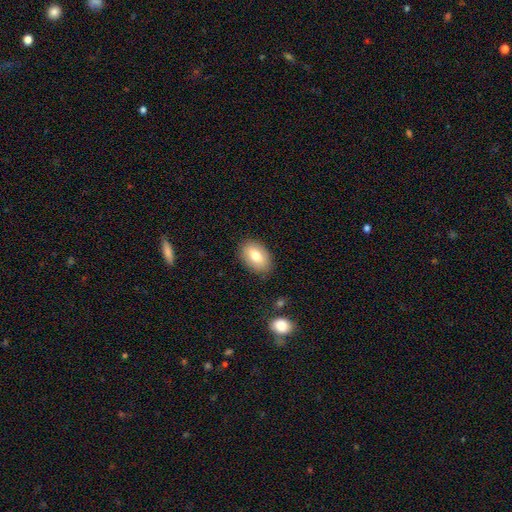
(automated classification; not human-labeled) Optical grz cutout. It shows a smooth galaxy with no disk features (78%) that is in between round and cigar-shaped (89%). Merging: none (84%).